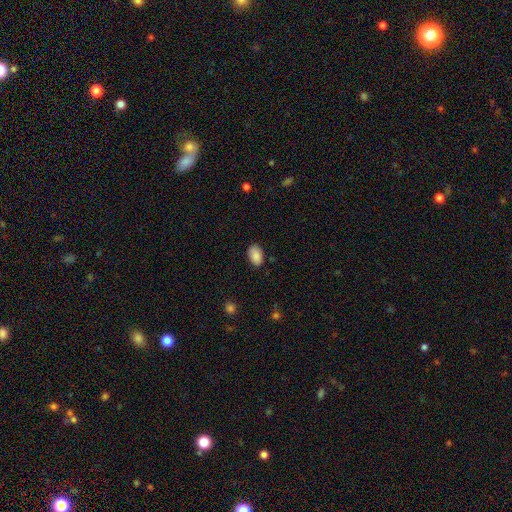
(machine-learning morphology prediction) smooth_or_featured: smooth (p=0.88) [alt: star or artifact p=0.07]
how_rounded: in between (p=0.90) [alt: round p=0.09]
merging: none (p=0.82) [alt: minor disturbance p=0.14]